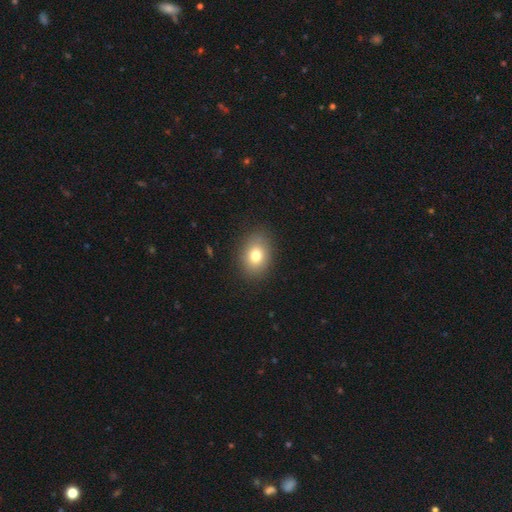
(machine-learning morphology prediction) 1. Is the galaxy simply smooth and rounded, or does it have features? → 78% smooth, 12% featured or disk, 11% star or artifact.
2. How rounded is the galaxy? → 62% in between, 37% round, 1% cigar-shaped.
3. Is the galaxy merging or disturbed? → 86% none, 10% minor disturbance, 3% major disturbance, 1% merger.